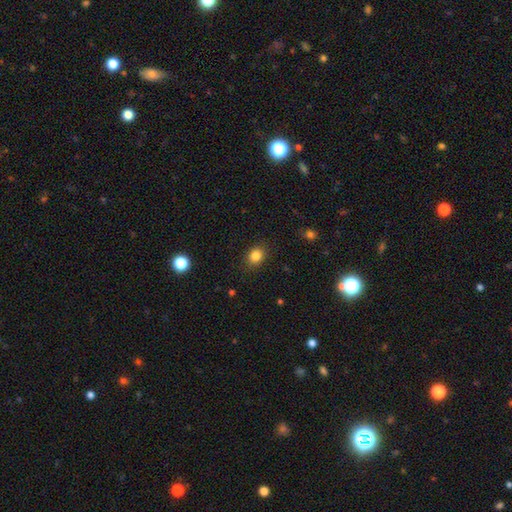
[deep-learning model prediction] A smooth galaxy with no disk features (84%) that is round (57%). Merging: none (87%).